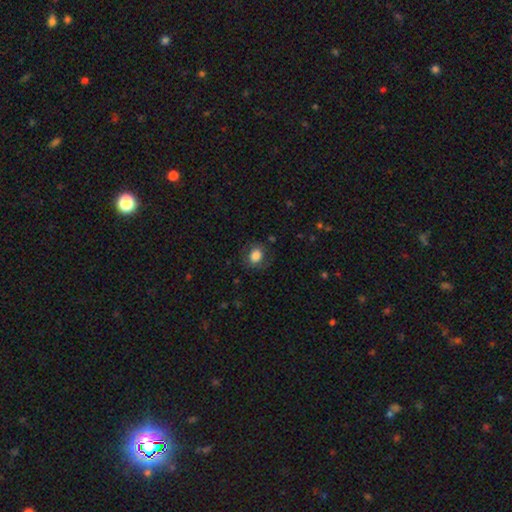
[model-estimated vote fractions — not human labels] Morphology: type=smooth (81%); roundness=round (54%); merging=none (78%).